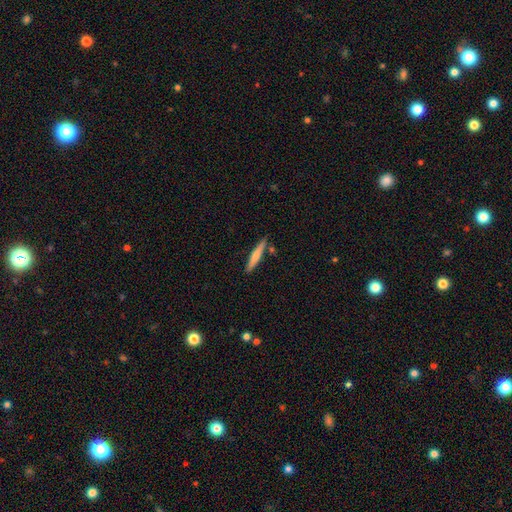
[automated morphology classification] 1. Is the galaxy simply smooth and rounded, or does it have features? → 61% smooth, 34% featured or disk, 5% star or artifact.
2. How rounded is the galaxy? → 93% cigar-shaped, 6% in between, 1% round.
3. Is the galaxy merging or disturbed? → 83% none, 10% minor disturbance, 5% merger, 2% major disturbance.